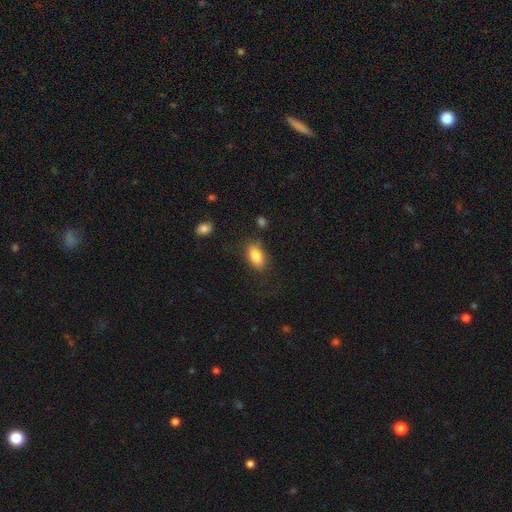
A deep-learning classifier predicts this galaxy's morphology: Smooth or featured: smooth — 85% (featured or disk — 8%)
How rounded: in between — 90% (round — 6%)
Merging: none — 75% (minor disturbance — 16%)